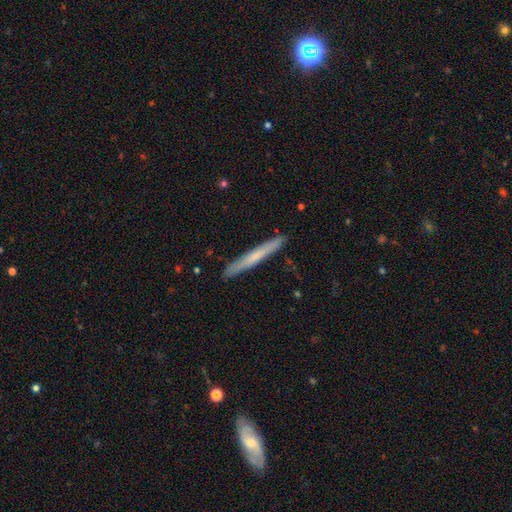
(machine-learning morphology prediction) Smooth or featured? Predicted: smooth (p=0.55). How rounded? Predicted: cigar-shaped (p=0.97). Merging? Predicted: none (p=0.91).